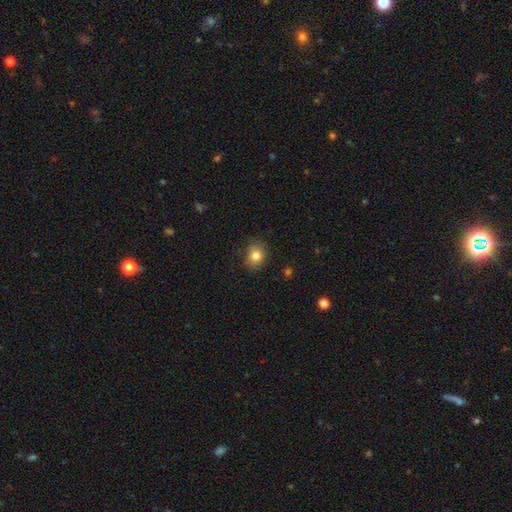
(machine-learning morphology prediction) Smooth or featured?
  - smooth: 82% *
  - star or artifact: 11%
  - featured or disk: 7%
How rounded?
  - round: 65% *
  - in between: 34%
  - cigar-shaped: 1%
Merging?
  - none: 83% *
  - minor disturbance: 13%
  - major disturbance: 3%
  - merger: 1%